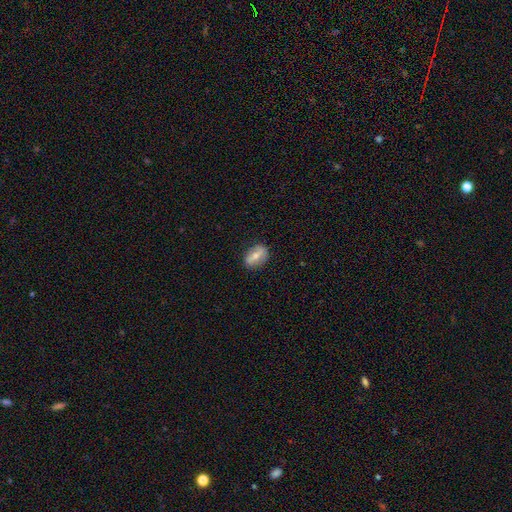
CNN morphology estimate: Smooth or featured? smooth (46%, tied with featured or disk)
Merging? none (84%)